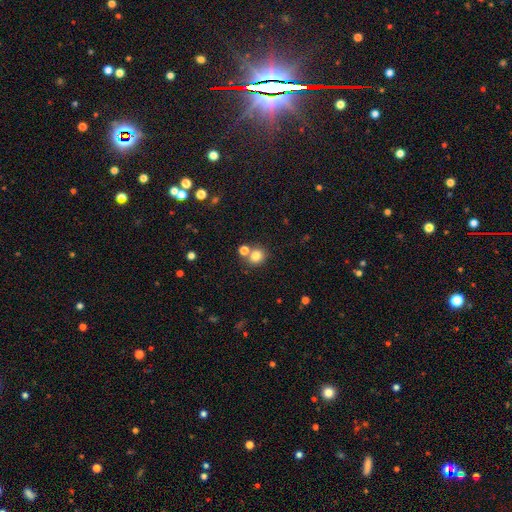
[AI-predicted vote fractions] smooth_or_featured: smooth (p=0.79) [alt: star or artifact p=0.13]
how_rounded: round (p=0.84) [alt: in between p=0.15]
merging: none (p=0.64) [alt: merger p=0.25]